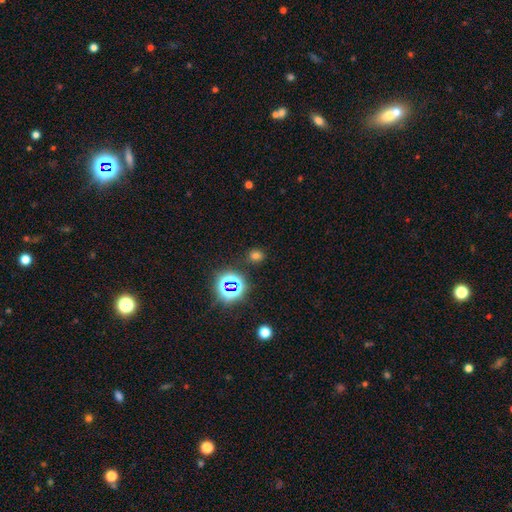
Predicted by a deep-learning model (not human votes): Morphology: type=smooth (63%); roundness=round (66%); merging=none (83%).